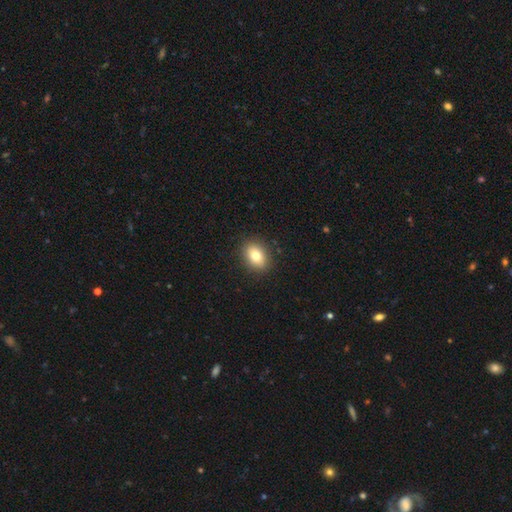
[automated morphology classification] smooth-or-featured: smooth: 79% | featured or disk: 12% | star or artifact: 9%
  how-rounded: in between: 73% | round: 26% | cigar-shaped: 1%
  merging: none: 89% | minor disturbance: 8% | major disturbance: 2% | merger: 1%